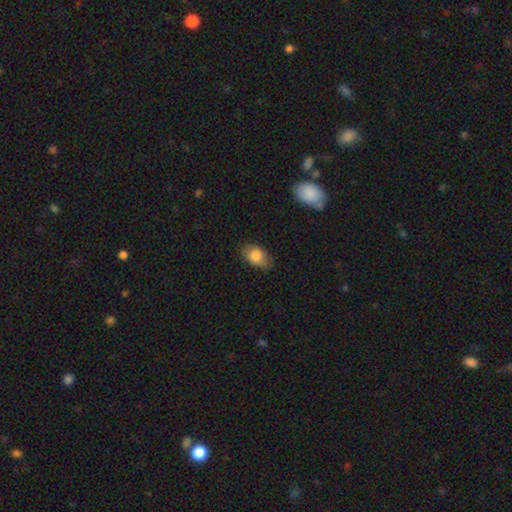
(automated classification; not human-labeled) Smooth or featured? Predicted: smooth (p=0.84). How rounded? Predicted: in between (p=0.86). Merging? Predicted: none (p=0.74).